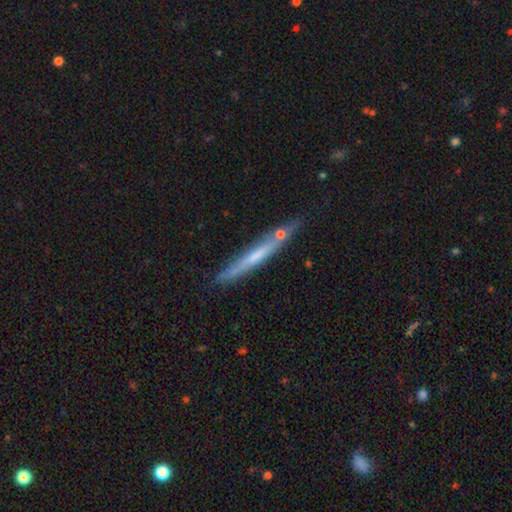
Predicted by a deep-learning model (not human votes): Q: Smooth or featured?
A: featured or disk (54%); runner-up: smooth (39%)
Q: Edge-on disk?
A: yes (93%); runner-up: no (7%)
Q: Edge-on bulge?
A: none (69%); runner-up: rounded (24%)
Q: Merging?
A: none (76%); runner-up: minor disturbance (15%)